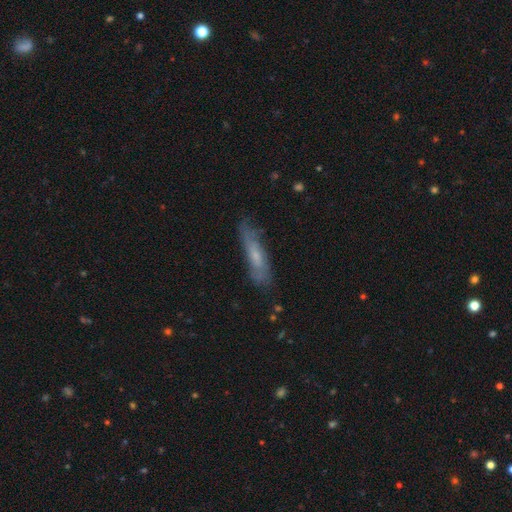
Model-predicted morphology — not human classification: The model was most divided on "smooth or featured": smooth: 47%, featured or disk: 45%, star or artifact: 8%. More confident: merging — none (75%).